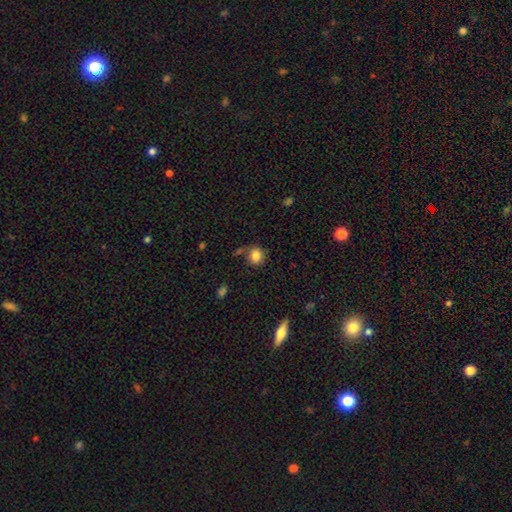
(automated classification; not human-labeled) Q: Smooth or featured?
A: smooth (83%); runner-up: star or artifact (10%)
Q: How rounded?
A: round (73%); runner-up: in between (26%)
Q: Merging?
A: none (71%); runner-up: minor disturbance (16%)